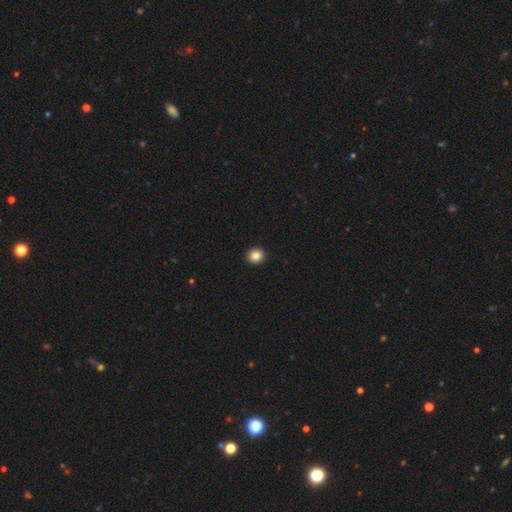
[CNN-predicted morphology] Smooth or featured? Predicted: smooth (p=0.85). How rounded? Predicted: round (p=0.87). Merging? Predicted: none (p=0.93).